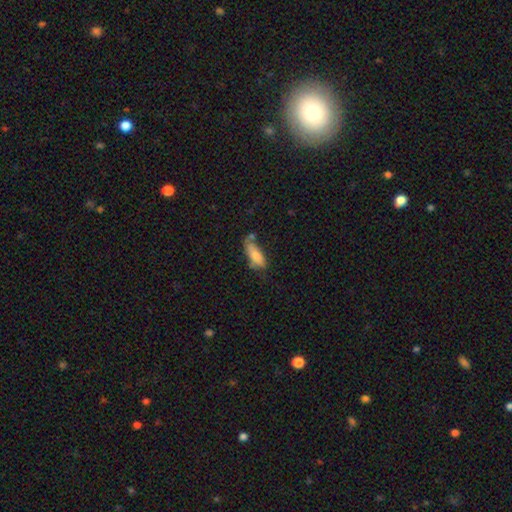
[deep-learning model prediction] This appears to be a smooth galaxy with no disk features (79%) that is in between round and cigar-shaped (65%). Merging: none (52%).